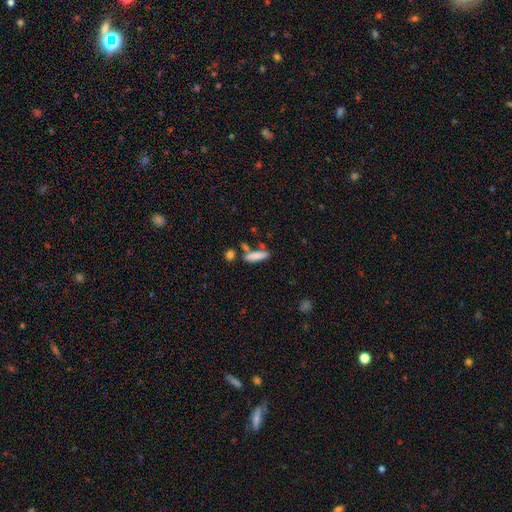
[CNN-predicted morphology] The model was most divided on "how rounded": cigar-shaped: 62%, in between: 35%, round: 3%. More confident: smooth or featured — smooth (81%); merging — none (60%).